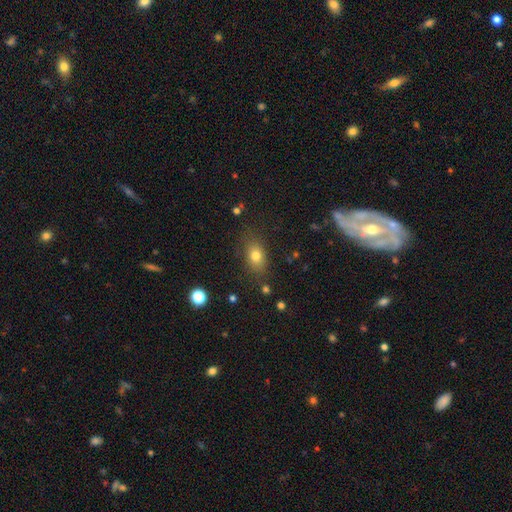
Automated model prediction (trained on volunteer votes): A smooth galaxy with no disk features (77%) that is in between round and cigar-shaped (74%). Merging: none (78%).